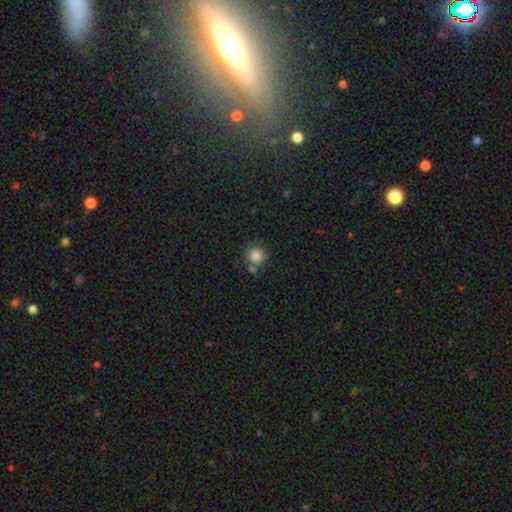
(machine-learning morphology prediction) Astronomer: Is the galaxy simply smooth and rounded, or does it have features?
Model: smooth — 85%.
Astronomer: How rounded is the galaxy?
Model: round — 91%.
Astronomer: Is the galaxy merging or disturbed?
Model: none — 70%.